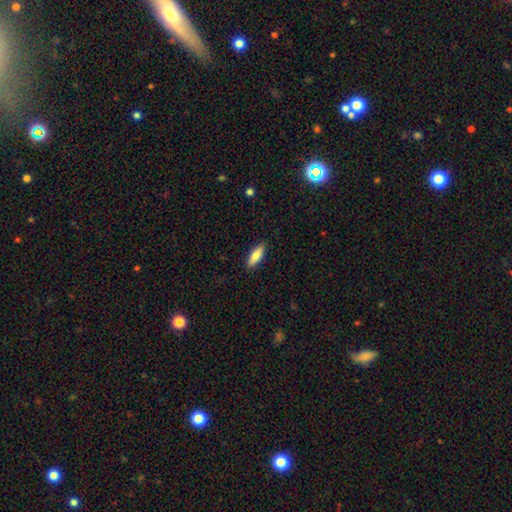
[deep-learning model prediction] Smooth or featured?
  - smooth: 77% *
  - featured or disk: 17%
  - star or artifact: 6%
How rounded?
  - in between: 60% *
  - cigar-shaped: 38%
  - round: 2%
Merging?
  - none: 89% *
  - minor disturbance: 8%
  - major disturbance: 2%
  - merger: 1%